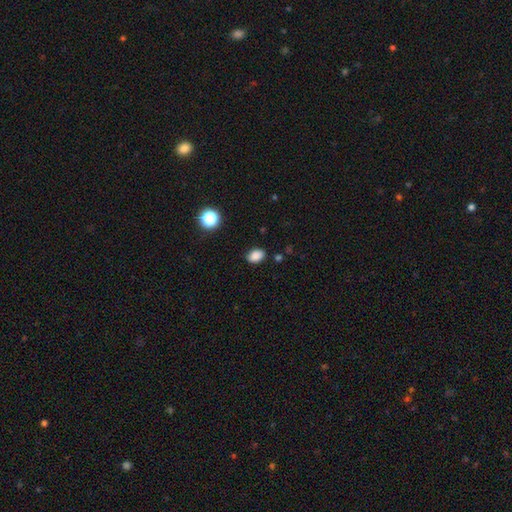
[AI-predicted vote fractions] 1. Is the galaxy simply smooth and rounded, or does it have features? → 86% smooth, 11% star or artifact, 4% featured or disk.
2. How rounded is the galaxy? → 76% in between, 23% round, 1% cigar-shaped.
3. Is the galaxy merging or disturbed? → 83% none, 12% minor disturbance, 3% major disturbance, 2% merger.